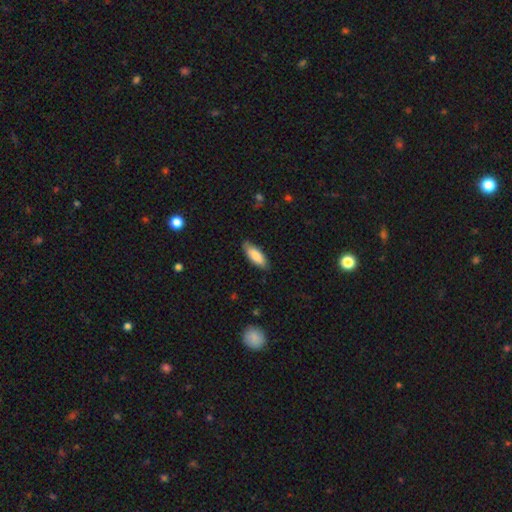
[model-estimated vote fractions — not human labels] Q: Smooth or featured?
A: smooth (83%); runner-up: featured or disk (12%)
Q: How rounded?
A: in between (73%); runner-up: cigar-shaped (26%)
Q: Merging?
A: none (82%); runner-up: minor disturbance (14%)